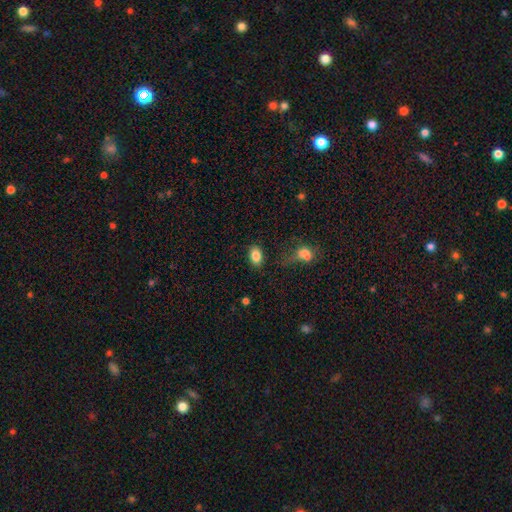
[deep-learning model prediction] Overall: smooth (85%). How rounded: in between (85%). Merging: none (79%).